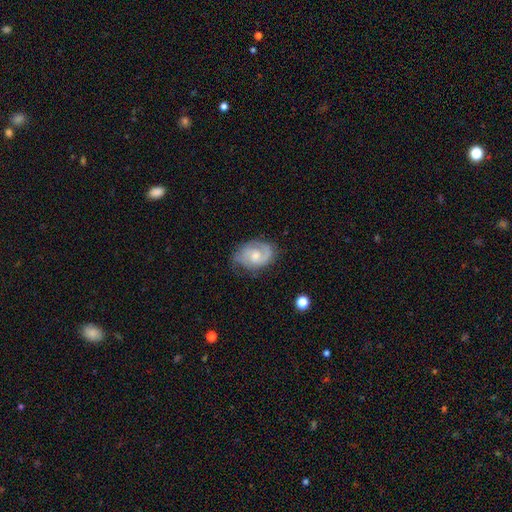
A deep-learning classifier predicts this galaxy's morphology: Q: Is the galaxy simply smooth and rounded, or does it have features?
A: featured or disk — 70%.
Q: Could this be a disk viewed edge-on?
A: no — 97%.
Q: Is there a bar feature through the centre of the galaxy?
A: no — 61%.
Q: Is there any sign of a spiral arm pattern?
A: yes — 91%.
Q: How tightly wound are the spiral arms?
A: medium — 44%.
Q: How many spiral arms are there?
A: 2 — 63%.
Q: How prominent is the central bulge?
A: moderate — 54%.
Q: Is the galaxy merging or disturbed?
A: none — 63%.